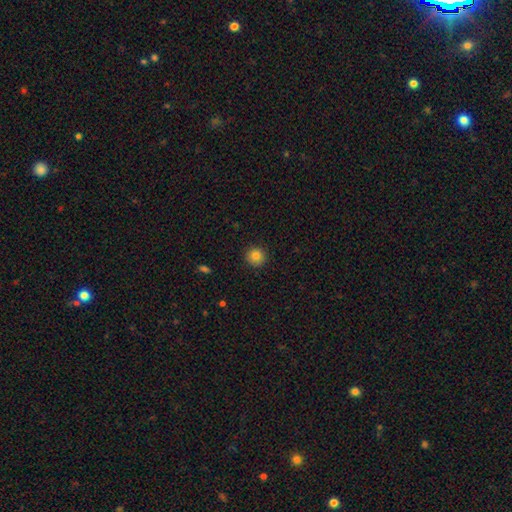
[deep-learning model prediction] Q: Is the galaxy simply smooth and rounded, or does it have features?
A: smooth — 83%.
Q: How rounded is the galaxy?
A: round — 94%.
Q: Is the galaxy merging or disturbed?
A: none — 91%.